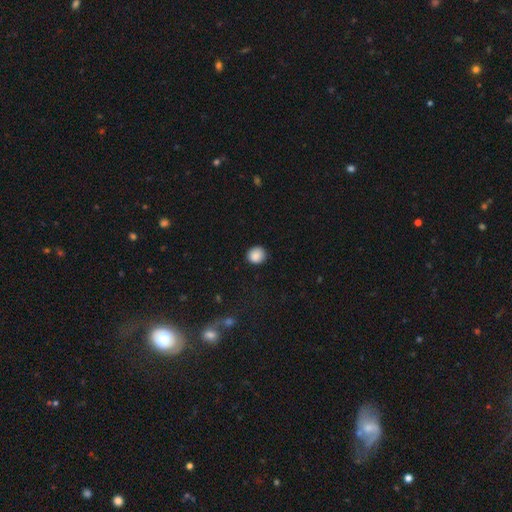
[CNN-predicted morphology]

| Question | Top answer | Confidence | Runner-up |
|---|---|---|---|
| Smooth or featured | smooth | 88% | star or artifact (9%) |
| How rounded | round | 87% | in between (12%) |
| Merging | none | 88% | minor disturbance (9%) |